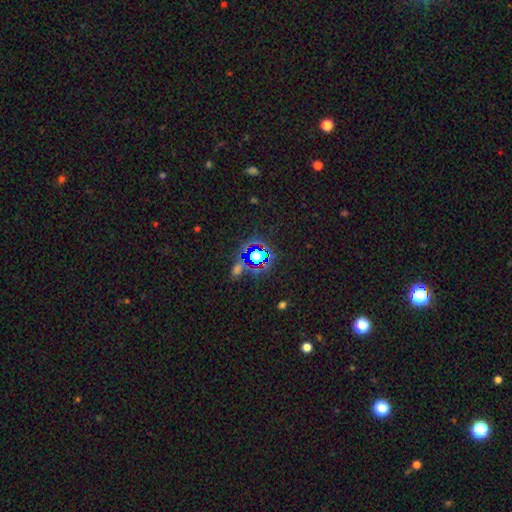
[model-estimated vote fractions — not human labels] This appears to be a star or artifact, not a galaxy (67%).